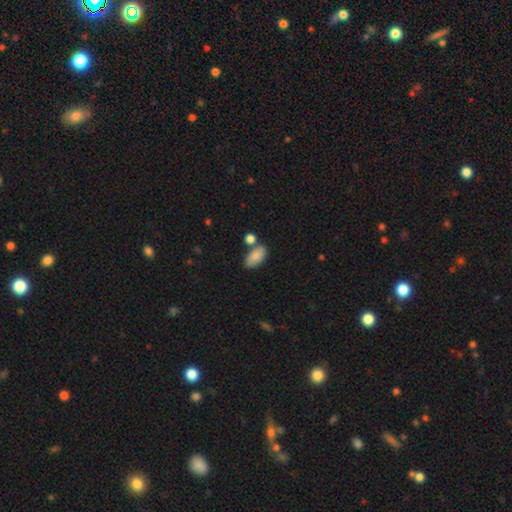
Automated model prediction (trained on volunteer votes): smooth_or_featured: smooth (p=0.85) [alt: featured or disk p=0.08]
how_rounded: in between (p=0.92) [alt: cigar-shaped p=0.04]
merging: none (p=0.61) [alt: merger p=0.20]